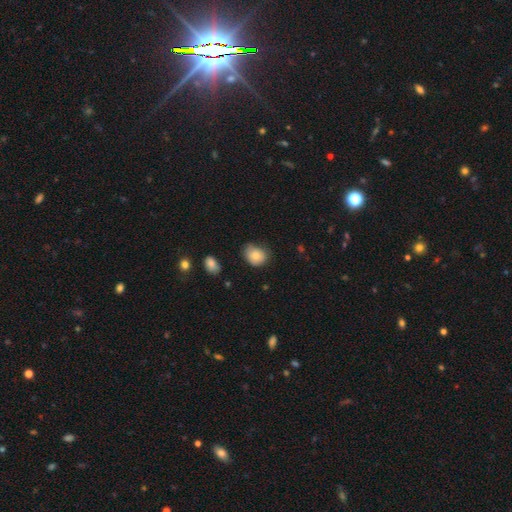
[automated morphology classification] A smooth galaxy with no disk features (79%) that is round (56%). Merging: none (55%).